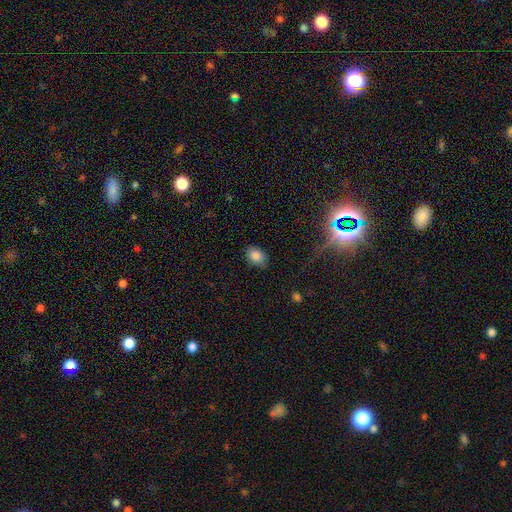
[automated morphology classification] smooth 85%, star or artifact 9%, featured or disk 6%. Down the decision tree: how rounded — in between (77%); merging — none (76%).